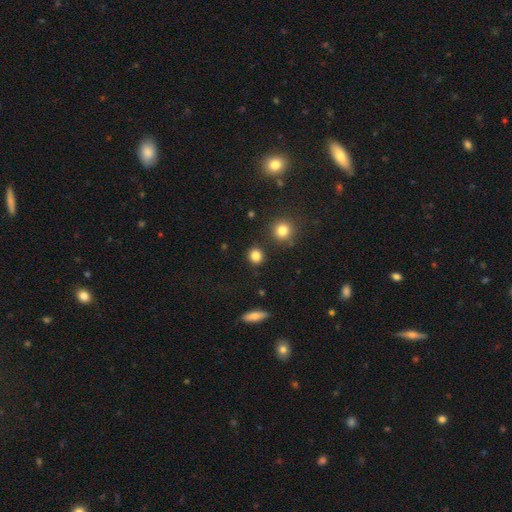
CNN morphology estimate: A smooth galaxy with no disk features (84%) that is round (86%). Merging: none (88%).